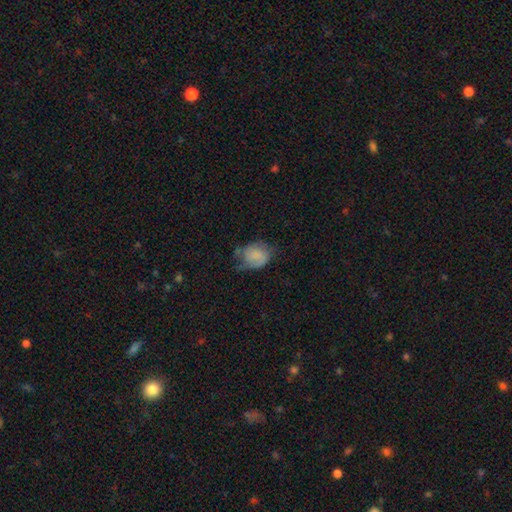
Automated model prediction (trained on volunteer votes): Morphology: type=smooth (63%); roundness=in between (53%); merging=none (41%).